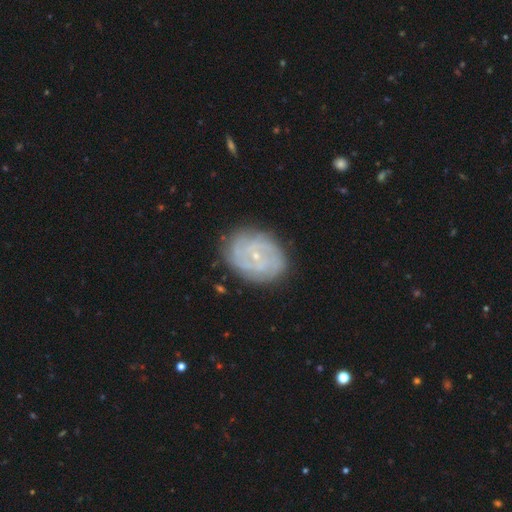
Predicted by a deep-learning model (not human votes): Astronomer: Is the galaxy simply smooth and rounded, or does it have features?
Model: featured or disk — 78%.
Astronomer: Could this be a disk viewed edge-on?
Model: no — 97%.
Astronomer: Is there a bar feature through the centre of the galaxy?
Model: no — 65%.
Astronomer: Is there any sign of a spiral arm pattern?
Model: yes — 93%.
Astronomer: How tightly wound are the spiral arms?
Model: tight — 66%.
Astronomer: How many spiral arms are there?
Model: can't tell — 33% (runner-up: 2, 23%).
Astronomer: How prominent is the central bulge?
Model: small — 80%.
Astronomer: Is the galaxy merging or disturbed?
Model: none — 82%.